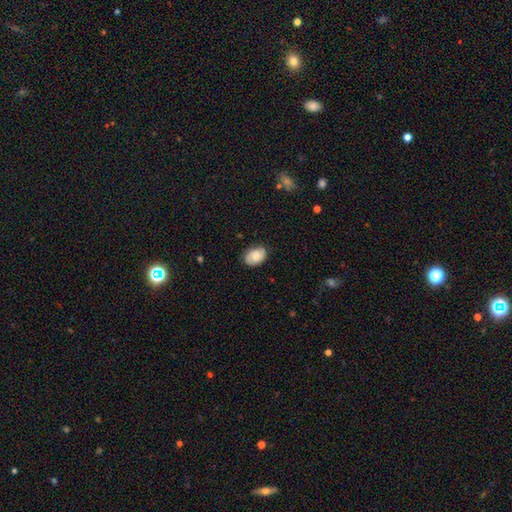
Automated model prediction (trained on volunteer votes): Morphology: type=smooth (60%); roundness=in between (77%); merging=none (81%).